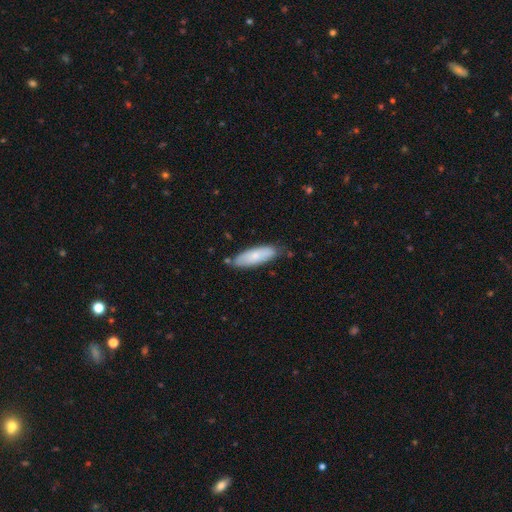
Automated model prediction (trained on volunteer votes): Smooth or featured? smooth (73%)
How rounded? in between (55%)
Merging? none (75%)